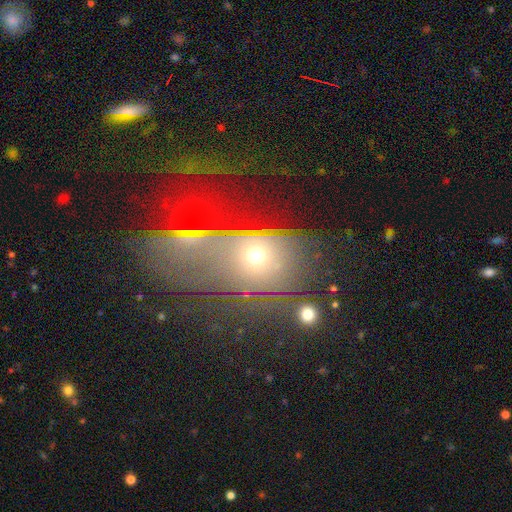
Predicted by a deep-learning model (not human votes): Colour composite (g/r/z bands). It shows a smooth galaxy with no disk features (46%). Merging: none (42%).